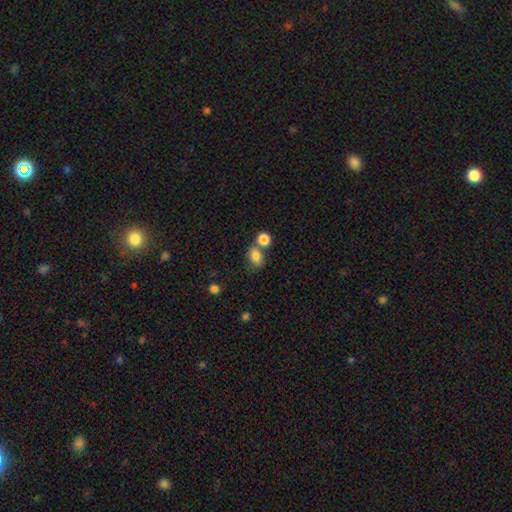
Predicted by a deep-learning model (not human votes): Overall: smooth (80%). How rounded: in between (56%; round 43%). Merging: none (47%; merger 30%).